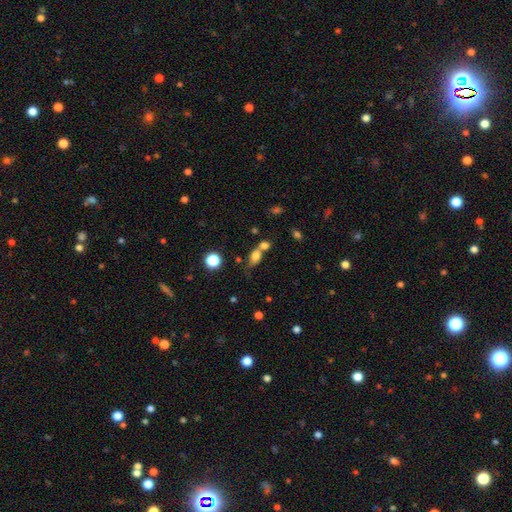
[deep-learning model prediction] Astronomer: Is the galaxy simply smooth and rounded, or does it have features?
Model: smooth — 72%.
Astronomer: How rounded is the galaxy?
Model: in between — 69%.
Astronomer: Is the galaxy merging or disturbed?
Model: merger — 45% (runner-up: none, 36%).